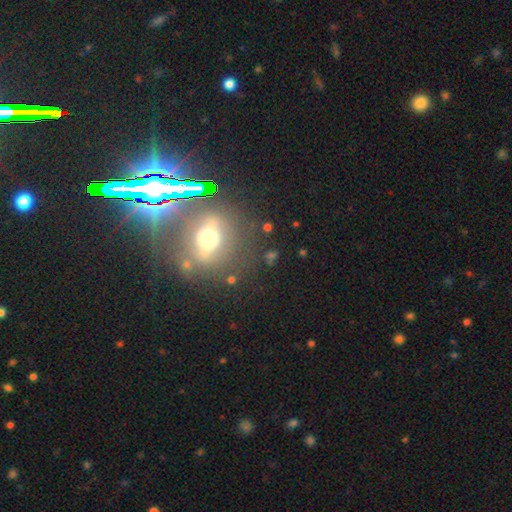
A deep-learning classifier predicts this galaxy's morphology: This appears to be a star or artifact, not a galaxy (48%).